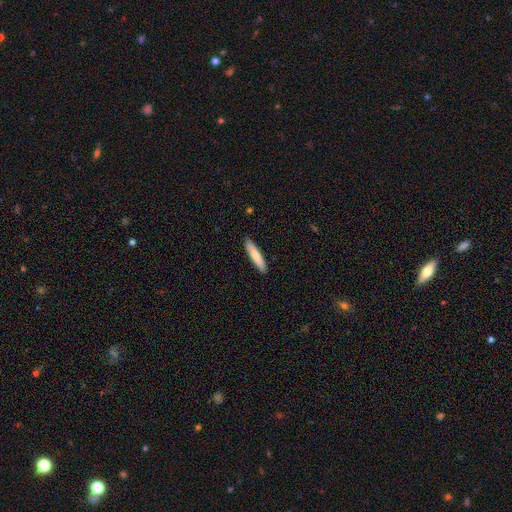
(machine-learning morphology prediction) Smooth or featured? Predicted: smooth (p=0.77). How rounded? Predicted: cigar-shaped (p=0.86). Merging? Predicted: none (p=0.90).